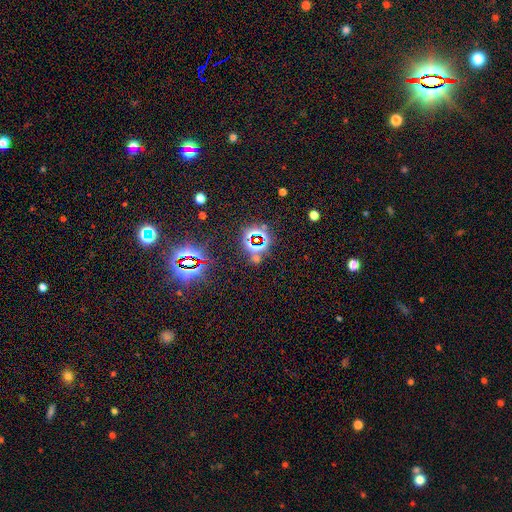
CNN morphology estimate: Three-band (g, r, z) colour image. It shows a star or artifact, not a galaxy (80%).